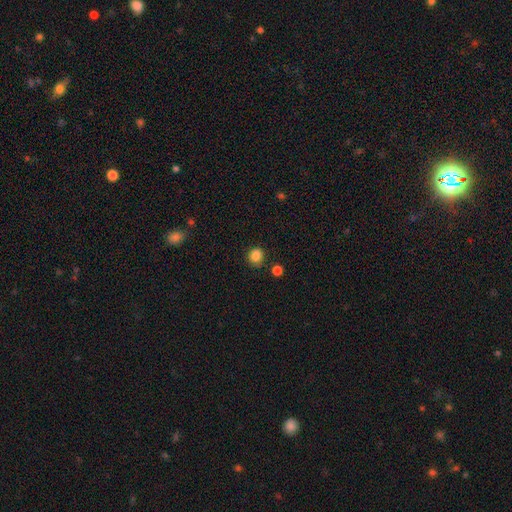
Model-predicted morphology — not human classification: Smooth or featured? smooth (85%)
How rounded? round (86%)
Merging? none (83%)